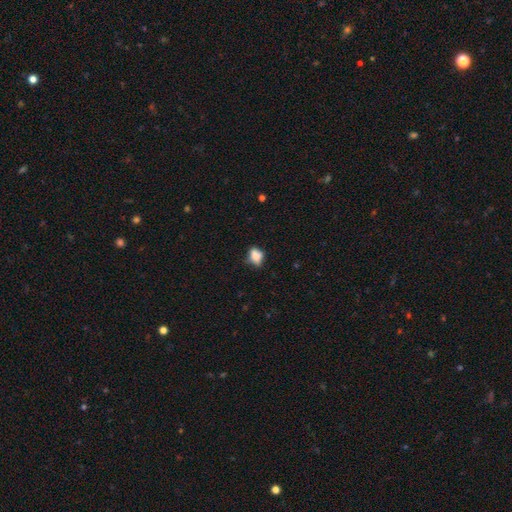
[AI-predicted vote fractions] Morphology: type=smooth (78%); roundness=in between (71%); merging=none (50%).